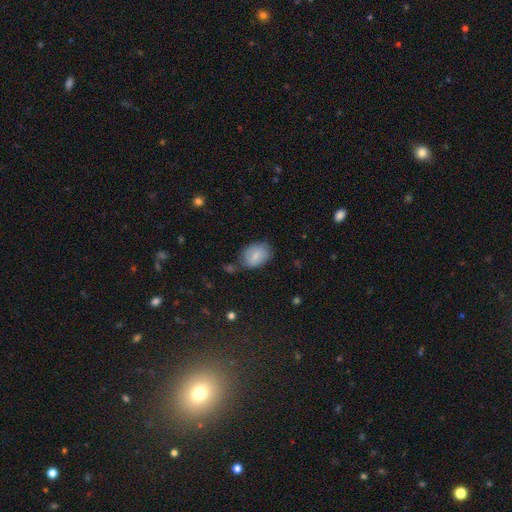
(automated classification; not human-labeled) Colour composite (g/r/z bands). It shows a smooth galaxy with no disk features (76%) that is in between round and cigar-shaped (81%). Merging: none (67%).